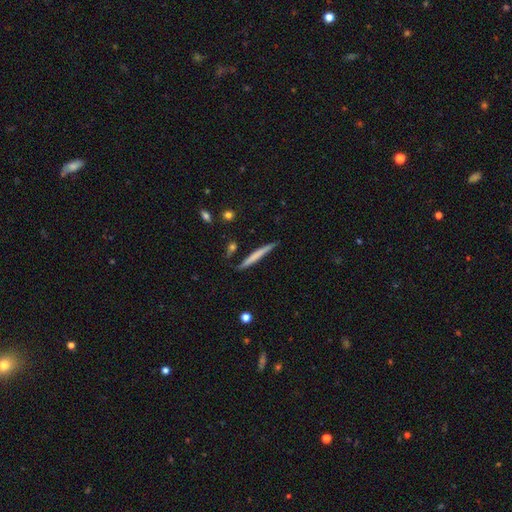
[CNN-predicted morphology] Smooth or featured: smooth — 58% (featured or disk — 36%)
How rounded: cigar-shaped — 96% (in between — 2%)
Merging: none — 84% (minor disturbance — 12%)